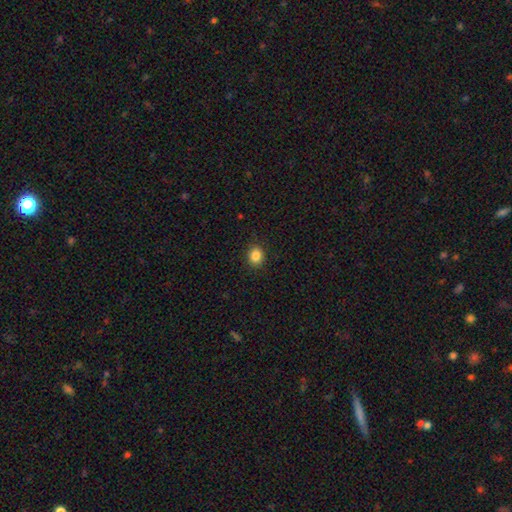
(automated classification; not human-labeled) Smooth or featured?
  - smooth: 86% *
  - star or artifact: 10%
  - featured or disk: 4%
How rounded?
  - round: 62% *
  - in between: 38%
  - cigar-shaped: 1%
Merging?
  - none: 90% *
  - minor disturbance: 7%
  - major disturbance: 2%
  - merger: 1%